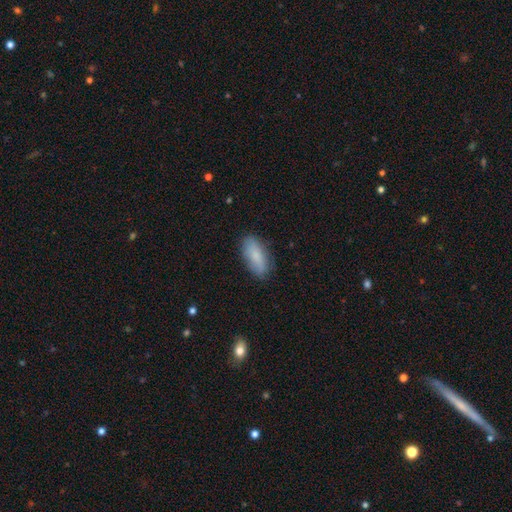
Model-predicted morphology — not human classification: A smooth galaxy with no disk features (82%) that is in between round and cigar-shaped (80%). Merging: none (83%).